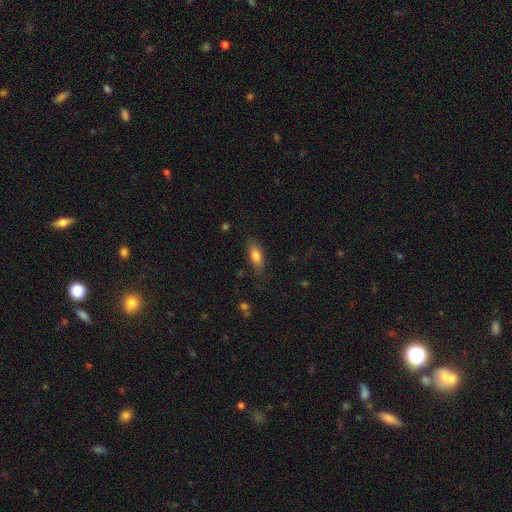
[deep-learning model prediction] smooth_or_featured: smooth (p=0.78) [alt: featured or disk p=0.15]
how_rounded: in between (p=0.74) [alt: cigar-shaped p=0.22]
merging: none (p=0.78) [alt: minor disturbance p=0.16]